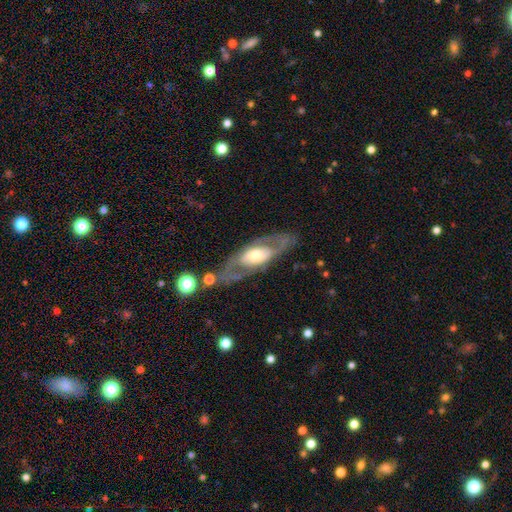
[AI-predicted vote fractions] smooth_or_featured: featured or disk (p=0.72) [alt: smooth p=0.23]
disk_edge_on: no (p=0.83) [alt: yes p=0.17]
bar: no (p=0.70) [alt: weak p=0.19]
has_spiral_arms: no (p=0.58) [alt: yes p=0.42]
bulge_size: moderate (p=0.60) [alt: large p=0.22]
merging: none (p=0.73) [alt: minor disturbance p=0.14]